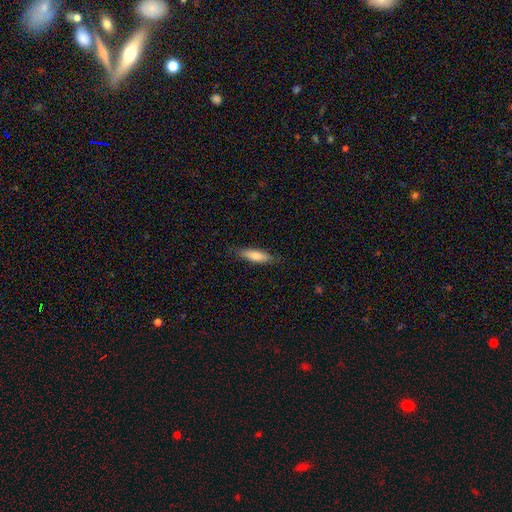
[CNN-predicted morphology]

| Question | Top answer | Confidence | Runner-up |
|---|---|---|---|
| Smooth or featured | smooth | 74% | featured or disk (20%) |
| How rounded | cigar-shaped | 69% | in between (29%) |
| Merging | none | 84% | minor disturbance (12%) |